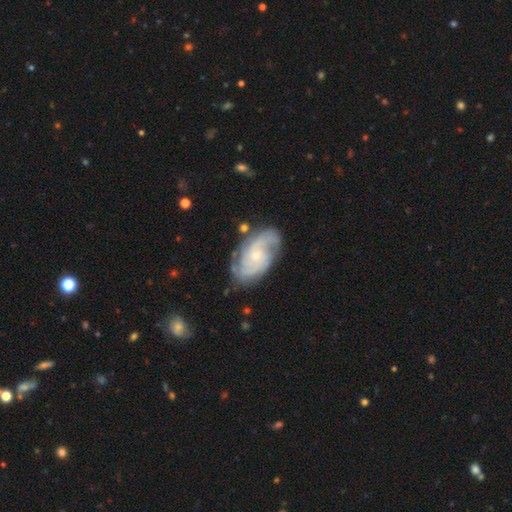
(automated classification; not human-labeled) Morphology: type=featured or disk (84%); edge-on=no (96%); bar=no (70%); spiral arms=yes (96%); winding=tight (46%); arm count=2 (49%); bulge=small (75%); merging=none (75%).